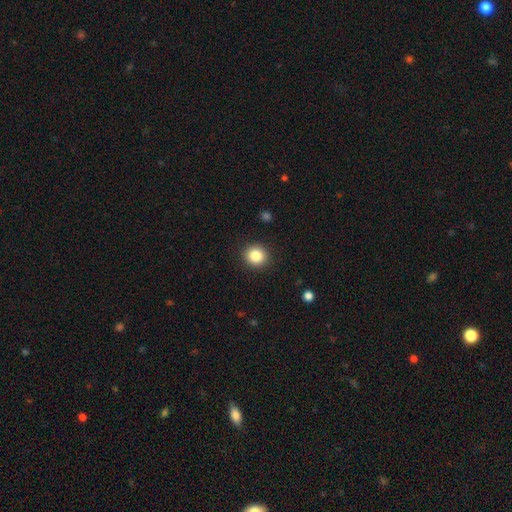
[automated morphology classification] Smooth or featured?
  - smooth: 85% *
  - star or artifact: 10%
  - featured or disk: 5%
How rounded?
  - round: 87% *
  - in between: 12%
  - cigar-shaped: 1%
Merging?
  - none: 91% *
  - minor disturbance: 6%
  - major disturbance: 2%
  - merger: 1%